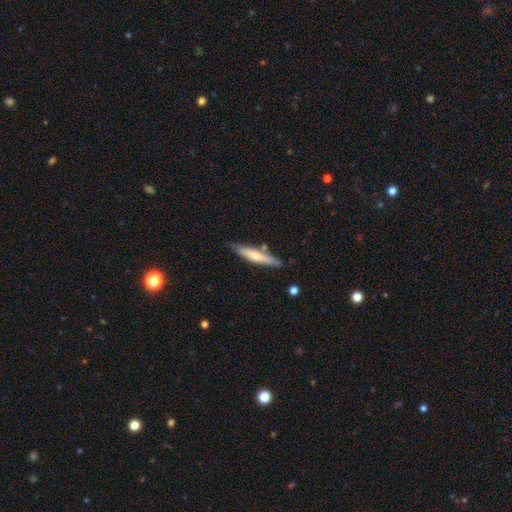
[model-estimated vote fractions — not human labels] This appears to be a smooth galaxy with no disk features (57%) that is cigar-shaped (88%). Merging: none (77%).